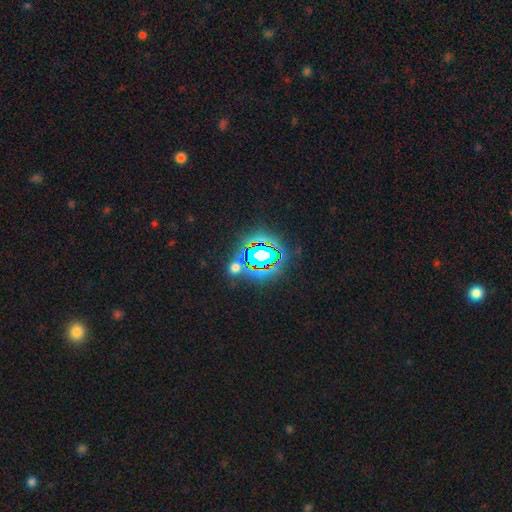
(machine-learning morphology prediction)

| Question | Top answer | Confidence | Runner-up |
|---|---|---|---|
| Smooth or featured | star or artifact | 75% | smooth (14%) |